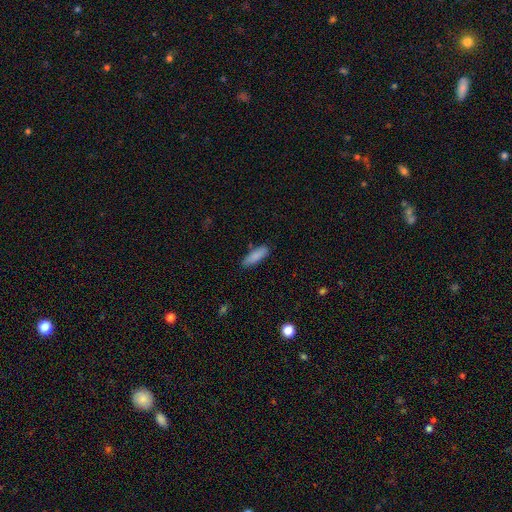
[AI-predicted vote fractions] Smooth or featured? Predicted: smooth (p=0.87). How rounded? Predicted: in between (p=0.50). Merging? Predicted: none (p=0.82).